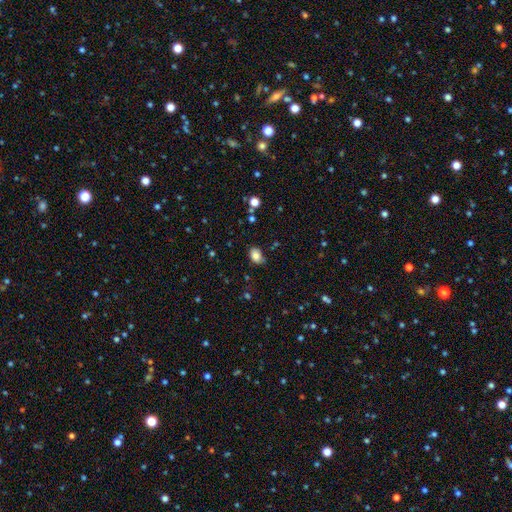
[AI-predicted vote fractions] Smooth or featured? Predicted: smooth (p=0.82). How rounded? Predicted: in between (p=0.76). Merging? Predicted: none (p=0.74).